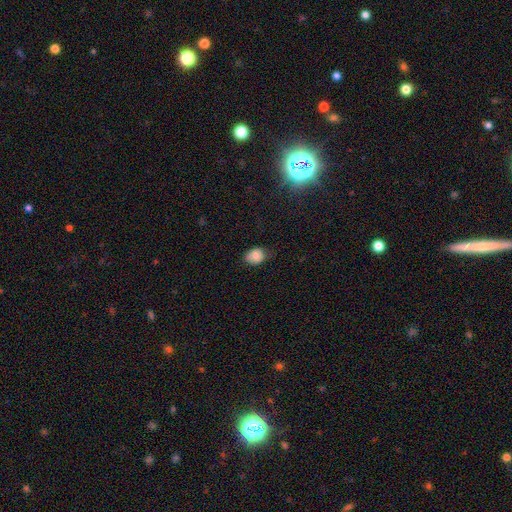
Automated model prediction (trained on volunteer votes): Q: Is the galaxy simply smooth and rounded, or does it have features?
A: smooth — 84%.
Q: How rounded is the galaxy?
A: in between — 61%.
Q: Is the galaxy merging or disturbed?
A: none — 67%.